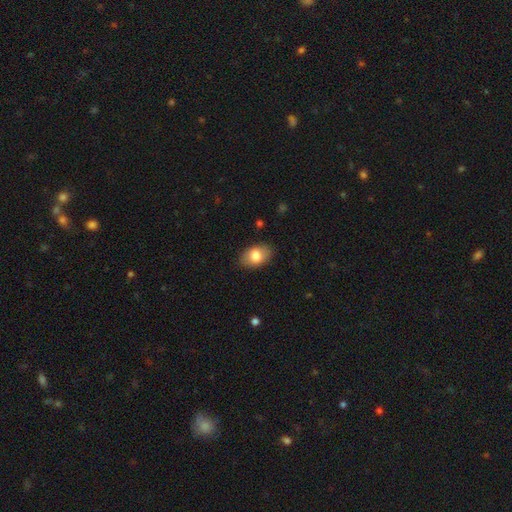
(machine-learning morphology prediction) Smooth or featured? smooth (79%)
How rounded? in between (87%)
Merging? none (85%)